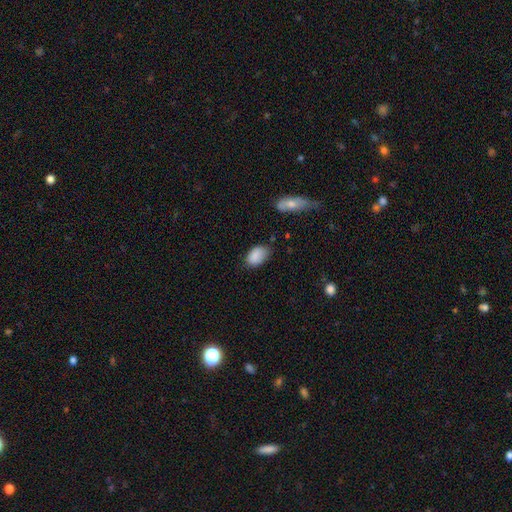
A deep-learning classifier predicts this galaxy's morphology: Smooth or featured?
  - smooth: 86% *
  - star or artifact: 8%
  - featured or disk: 6%
How rounded?
  - in between: 90% *
  - round: 8%
  - cigar-shaped: 1%
Merging?
  - none: 67% *
  - minor disturbance: 25%
  - major disturbance: 5%
  - merger: 3%